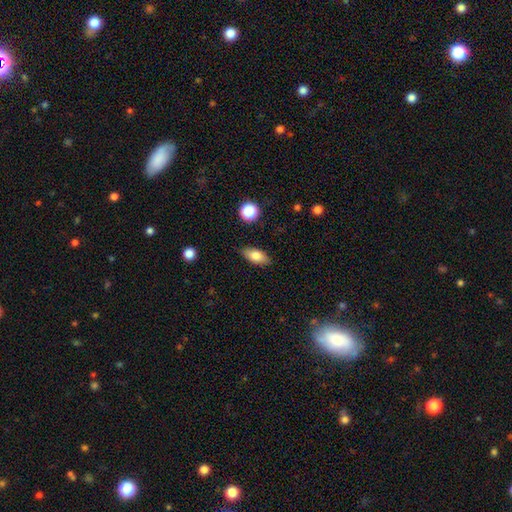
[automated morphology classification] Overall: smooth (78%). How rounded: in between (84%). Merging: none (85%).